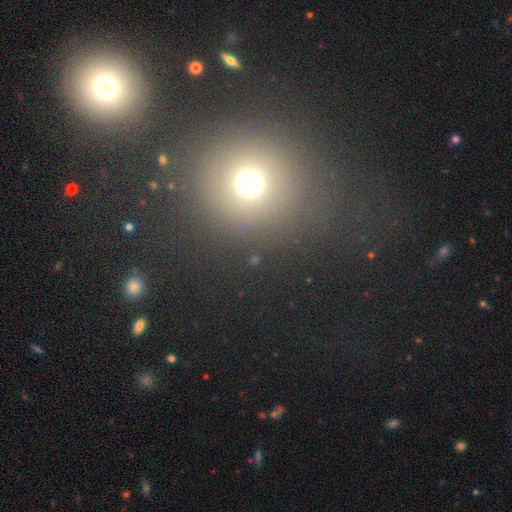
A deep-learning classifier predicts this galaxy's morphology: A smooth galaxy with no disk features (60%) that is round (87%). Merging: none (73%).